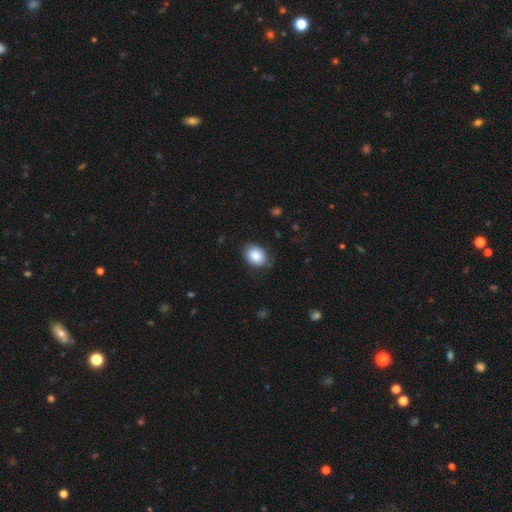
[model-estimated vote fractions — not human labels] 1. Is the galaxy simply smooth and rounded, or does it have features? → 87% smooth, 7% star or artifact, 6% featured or disk.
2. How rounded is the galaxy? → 65% in between, 34% round, 1% cigar-shaped.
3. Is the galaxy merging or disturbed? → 78% none, 17% minor disturbance, 4% major disturbance, 1% merger.